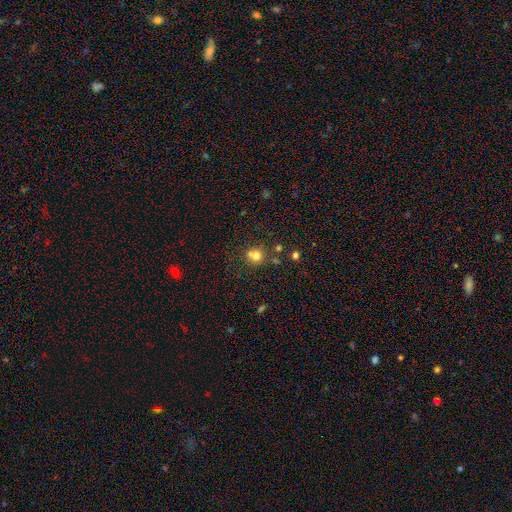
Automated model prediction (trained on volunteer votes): smooth_or_featured: smooth (p=0.72) [alt: star or artifact p=0.16]
how_rounded: round (p=0.87) [alt: in between p=0.13]
merging: none (p=0.56) [alt: merger p=0.31]